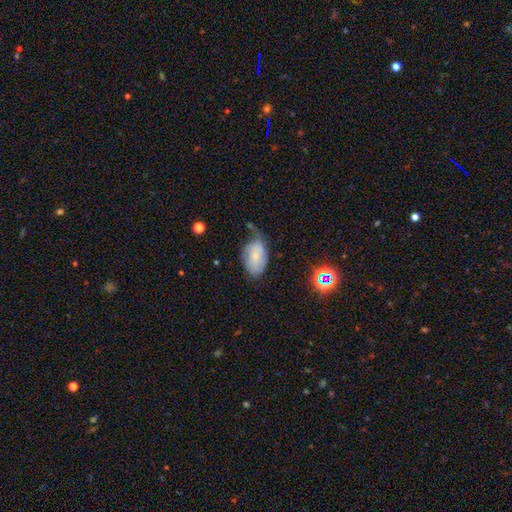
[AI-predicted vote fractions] Smooth or featured?
  - smooth: 58% *
  - featured or disk: 31%
  - star or artifact: 11%
How rounded?
  - in between: 91% *
  - round: 7%
  - cigar-shaped: 2%
Merging?
  - none: 46% *
  - minor disturbance: 36%
  - major disturbance: 14%
  - merger: 5%